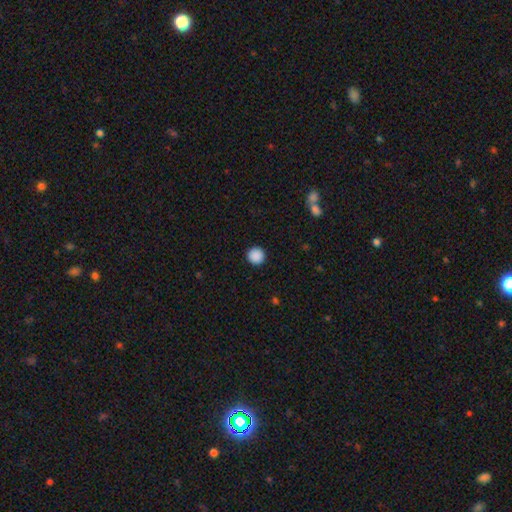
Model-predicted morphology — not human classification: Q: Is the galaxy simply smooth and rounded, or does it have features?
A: smooth — 89%.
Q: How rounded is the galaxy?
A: round — 95%.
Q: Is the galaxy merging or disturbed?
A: none — 93%.